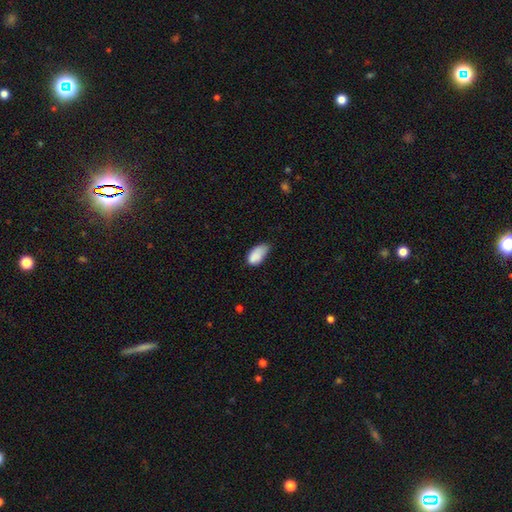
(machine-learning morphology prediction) smooth_or_featured: smooth (p=0.84) [alt: star or artifact p=0.08]
how_rounded: in between (p=0.93) [alt: round p=0.04]
merging: minor disturbance (p=0.50) [alt: none p=0.31]